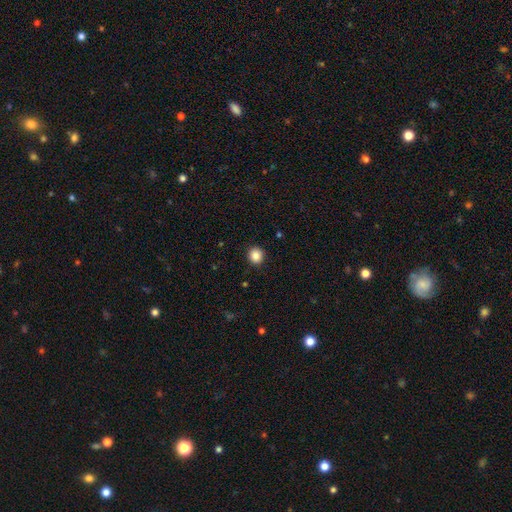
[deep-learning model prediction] Smooth or featured: smooth — 87% (star or artifact — 10%)
How rounded: round — 89% (in between — 10%)
Merging: none — 92% (minor disturbance — 6%)